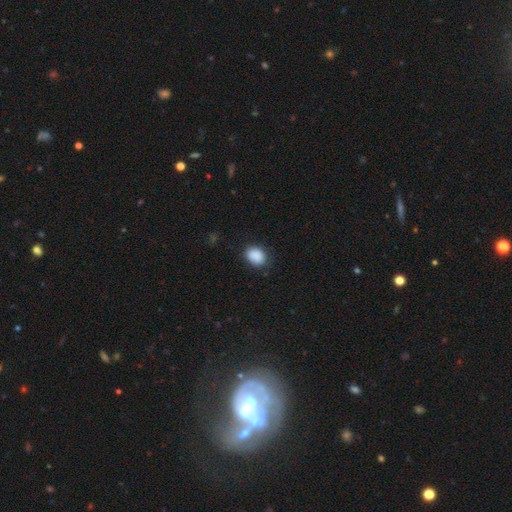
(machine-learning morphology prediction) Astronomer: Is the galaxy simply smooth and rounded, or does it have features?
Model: smooth — 89%.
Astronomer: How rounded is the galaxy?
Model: in between — 61% (runner-up: round, 38%).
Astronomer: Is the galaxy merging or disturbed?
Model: none — 79%.